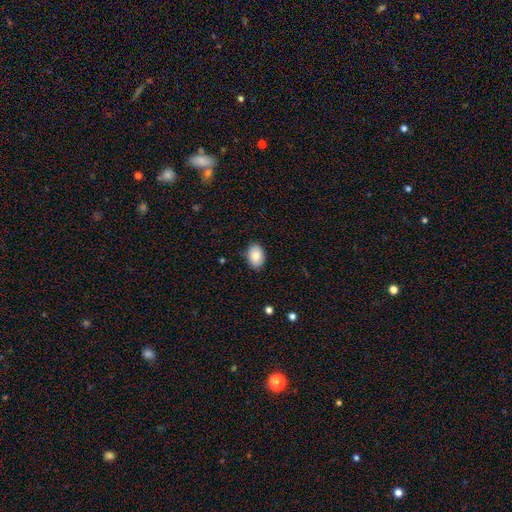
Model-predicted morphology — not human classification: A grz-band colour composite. It shows a smooth galaxy with no disk features (83%) that is in between round and cigar-shaped (82%). Merging: none (88%).